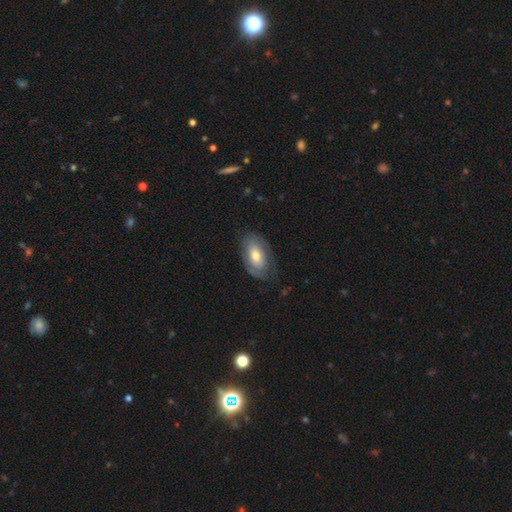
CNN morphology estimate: The model was most divided on "smooth or featured": smooth: 53%, featured or disk: 40%, star or artifact: 6%. More confident: how rounded — in between (92%); merging — none (69%).